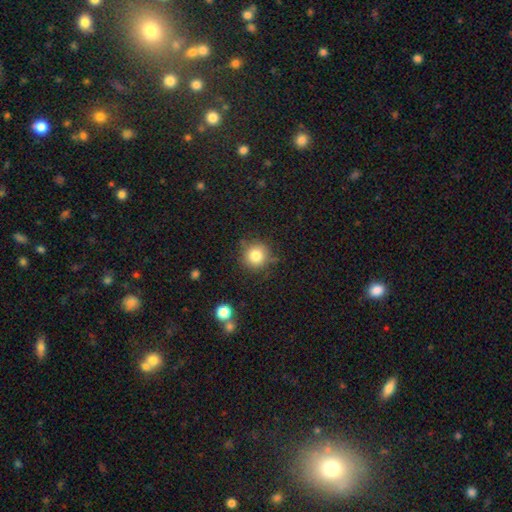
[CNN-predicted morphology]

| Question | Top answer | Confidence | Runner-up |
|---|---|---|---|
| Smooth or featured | smooth | 80% | star or artifact (12%) |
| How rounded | round | 93% | in between (6%) |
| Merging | none | 79% | minor disturbance (14%) |